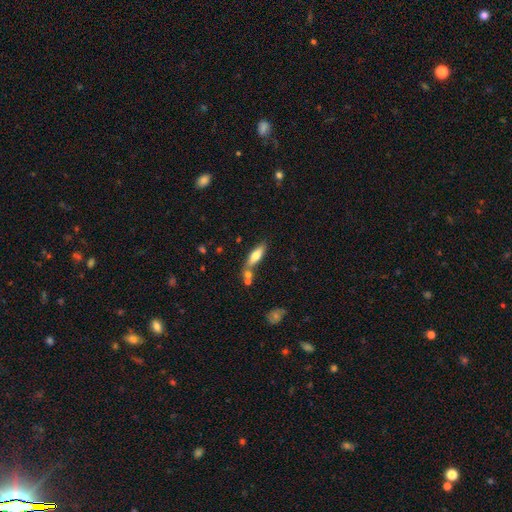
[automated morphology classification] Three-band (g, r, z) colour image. It shows a smooth galaxy with no disk features (65%) that is cigar-shaped (54%). Merging: none (61%).